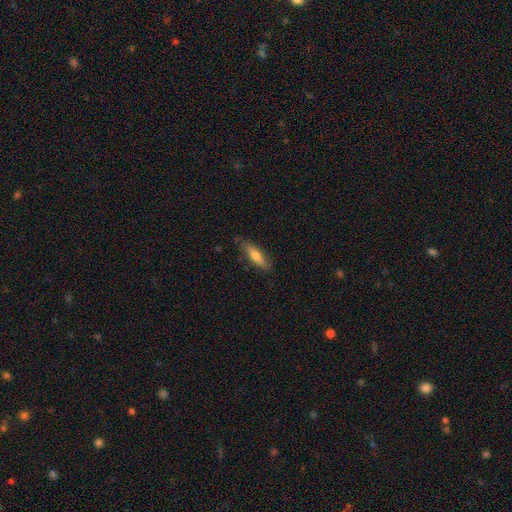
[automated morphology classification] smooth 67%, featured or disk 27%, star or artifact 6%. Down the decision tree: how rounded — cigar-shaped (61%); merging — none (80%).